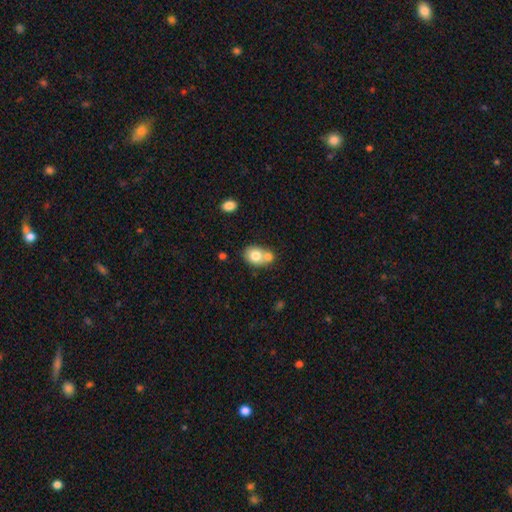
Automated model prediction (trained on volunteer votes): Q: Smooth or featured?
A: smooth (75%); runner-up: featured or disk (16%)
Q: How rounded?
A: in between (51%); runner-up: round (48%)
Q: Merging?
A: merger (53%); runner-up: none (34%)